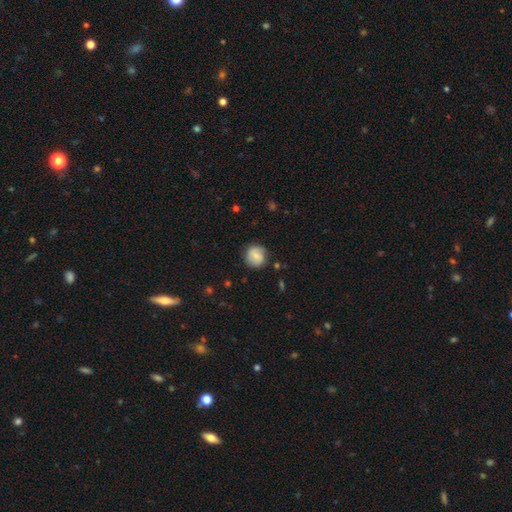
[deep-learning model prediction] This is likely a smooth galaxy (69%). How rounded: clearly round (89%). Merging: likely none (79%).